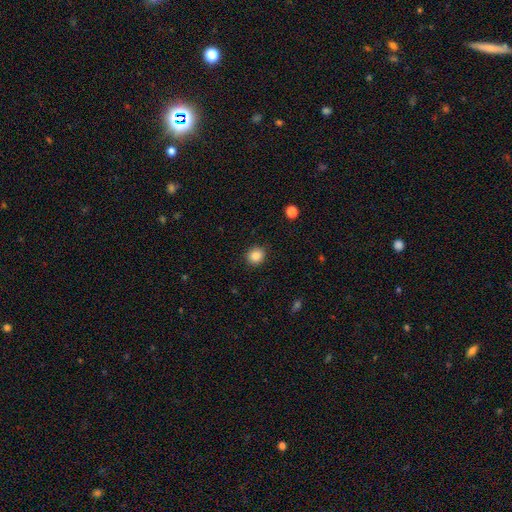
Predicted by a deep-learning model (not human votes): This is clearly a smooth galaxy (86%). How rounded: clearly round (85%). Merging: clearly none (90%).